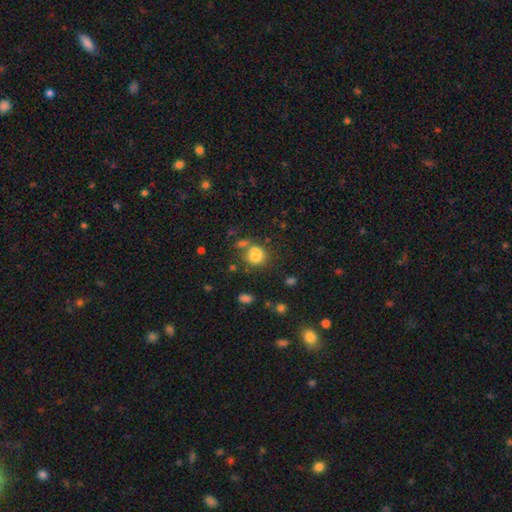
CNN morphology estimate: The model was most divided on "merging": none: 42%, merger: 31%, minor disturbance: 16%, major disturbance: 10%. More confident: smooth or featured — smooth (75%); how rounded — round (64%).